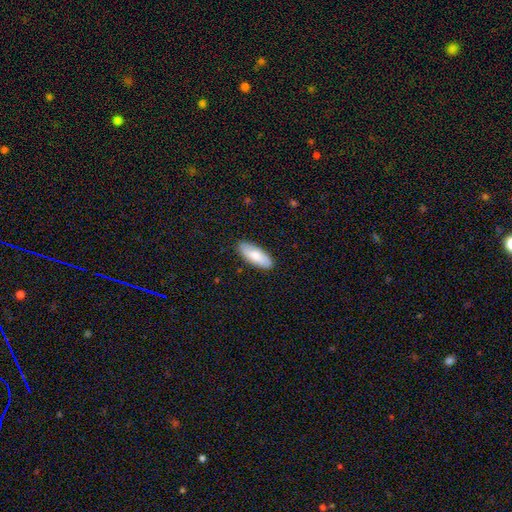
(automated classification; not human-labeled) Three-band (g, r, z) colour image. It shows a smooth galaxy with no disk features (79%) that is in between round and cigar-shaped (77%). Merging: none (88%).